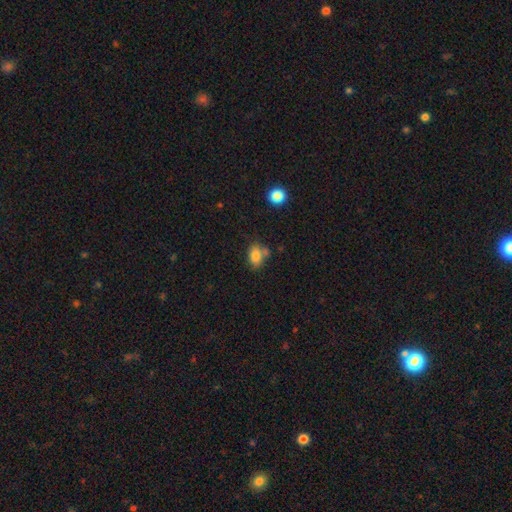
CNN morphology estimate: Smooth or featured? Predicted: smooth (p=0.78). How rounded? Predicted: in between (p=0.80). Merging? Predicted: none (p=0.52).